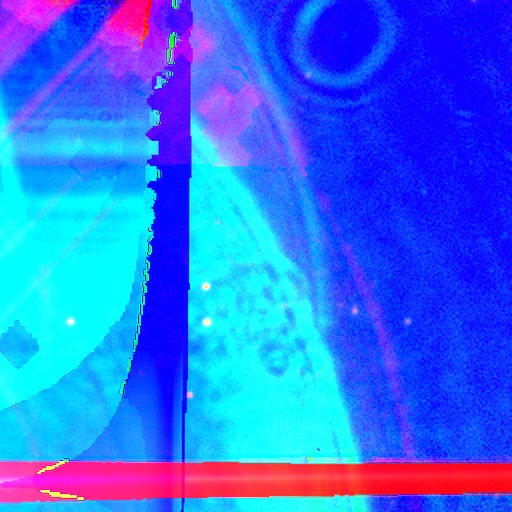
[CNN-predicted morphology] Overall: star or artifact (85%).